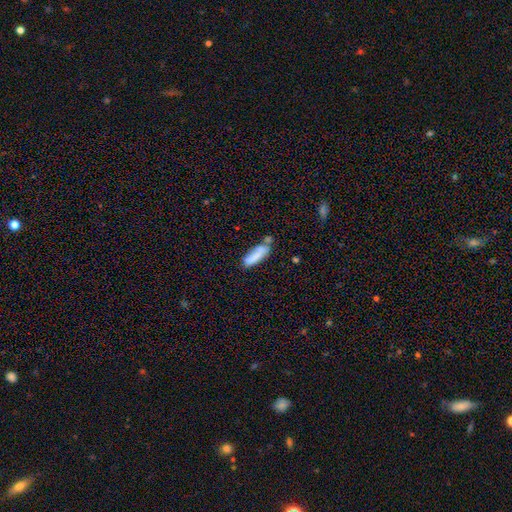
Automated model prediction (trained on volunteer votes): Smooth or featured? Predicted: smooth (p=0.79). How rounded? Predicted: cigar-shaped (p=0.51). Merging? Predicted: none (p=0.52).